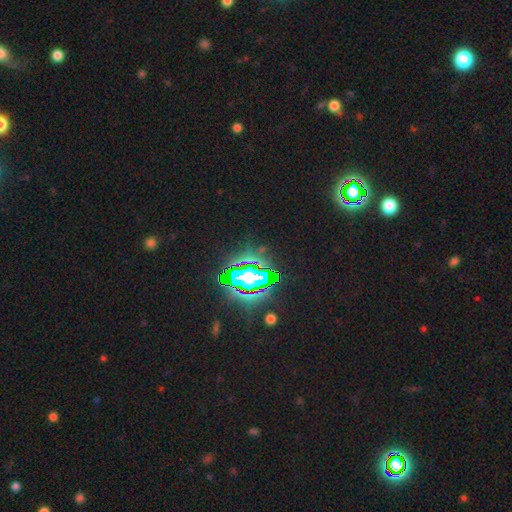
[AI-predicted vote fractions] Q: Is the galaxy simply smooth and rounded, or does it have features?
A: star or artifact — 78%.